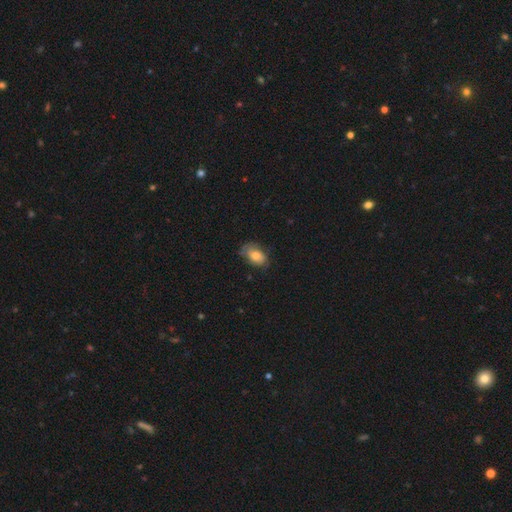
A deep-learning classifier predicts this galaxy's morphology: This appears to be a smooth galaxy with no disk features (63%) that is in between round and cigar-shaped (87%). Merging: none (61%).